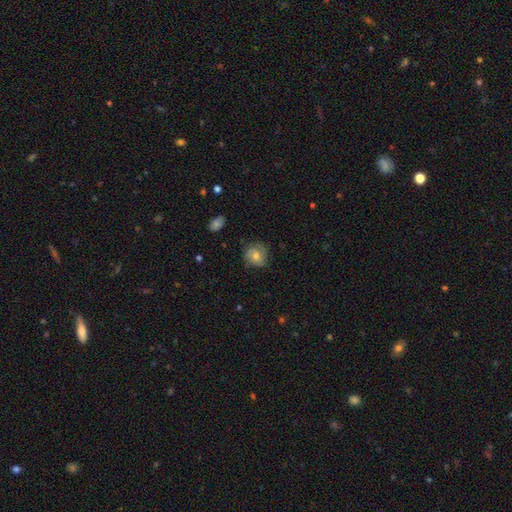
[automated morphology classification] Smooth or featured? featured or disk (46%)
Merging? none (72%)